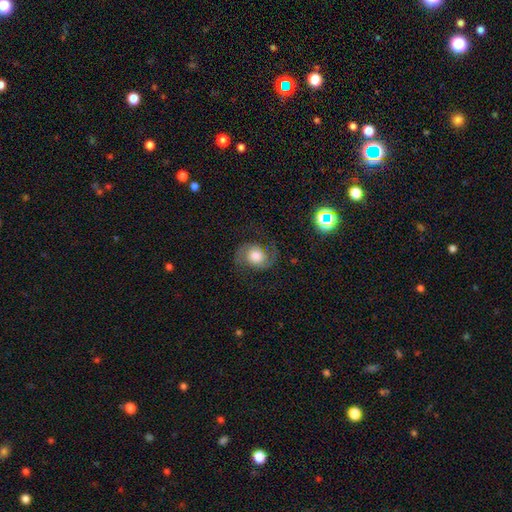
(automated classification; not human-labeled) Smooth or featured?
  - featured or disk: 82% *
  - smooth: 11%
  - star or artifact: 7%
Edge-on disk?
  - no: 98% *
  - yes: 2%
Bar?
  - no: 72% *
  - weak: 22%
  - strong: 5%
Spiral arms?
  - yes: 97% *
  - no: 3%
Spiral winding?
  - medium: 52% *
  - loose: 32%
  - tight: 16%
Spiral arm count?
  - 2: 94% *
  - can't tell: 2%
  - 1: 2%
  - 3: 1%
  - 4: 1%
  - more than 4: 1%
Bulge size?
  - moderate: 53% *
  - large: 29%
  - small: 11%
  - dominant: 5%
  - none: 3%
Merging?
  - none: 78% *
  - minor disturbance: 13%
  - major disturbance: 8%
  - merger: 1%